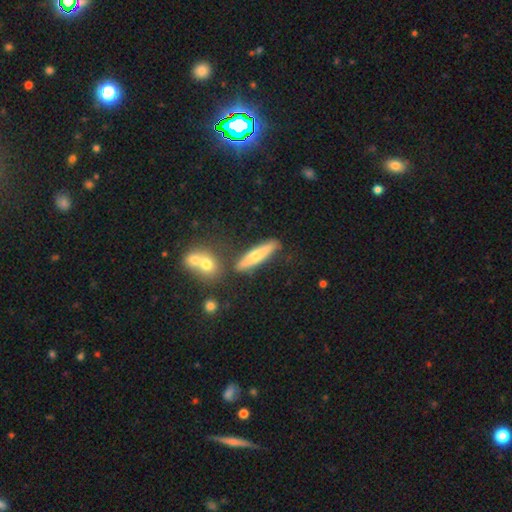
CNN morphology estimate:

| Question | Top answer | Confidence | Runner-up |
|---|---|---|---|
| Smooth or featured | smooth | 57% | featured or disk (36%) |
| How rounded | cigar-shaped | 80% | in between (18%) |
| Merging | none | 76% | minor disturbance (12%) |